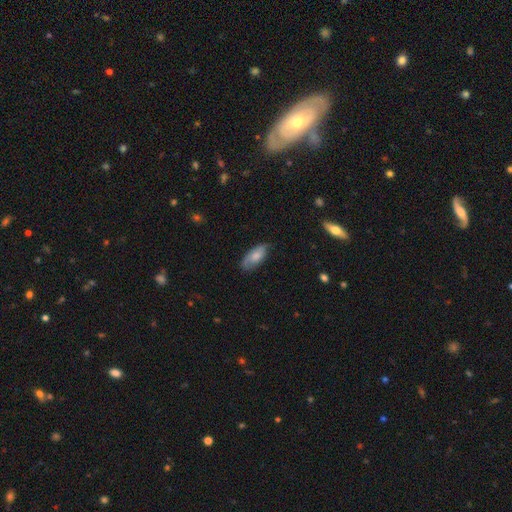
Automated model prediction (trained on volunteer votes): Morphology: type=smooth (71%); roundness=in between (86%); merging=none (70%).